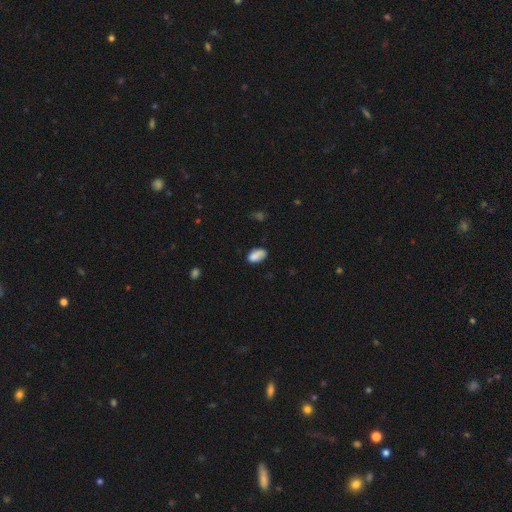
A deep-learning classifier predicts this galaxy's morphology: A smooth galaxy with no disk features (83%) that is in between round and cigar-shaped (92%). Merging: none (64%).